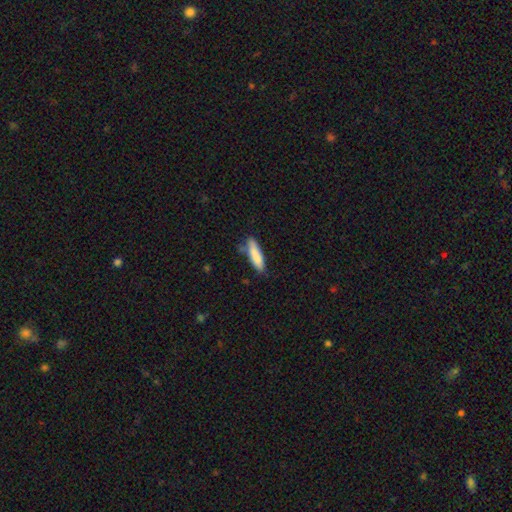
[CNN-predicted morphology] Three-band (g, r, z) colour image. It shows a smooth galaxy with no disk features (85%) that is cigar-shaped (65%). Merging: none (70%).